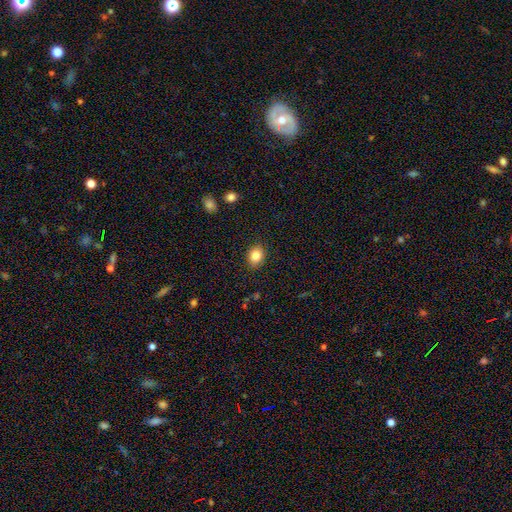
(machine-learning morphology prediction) Smooth or featured?
  - smooth: 85% *
  - star or artifact: 9%
  - featured or disk: 6%
How rounded?
  - in between: 52% *
  - round: 47%
  - cigar-shaped: 1%
Merging?
  - none: 89% *
  - minor disturbance: 8%
  - major disturbance: 2%
  - merger: 1%